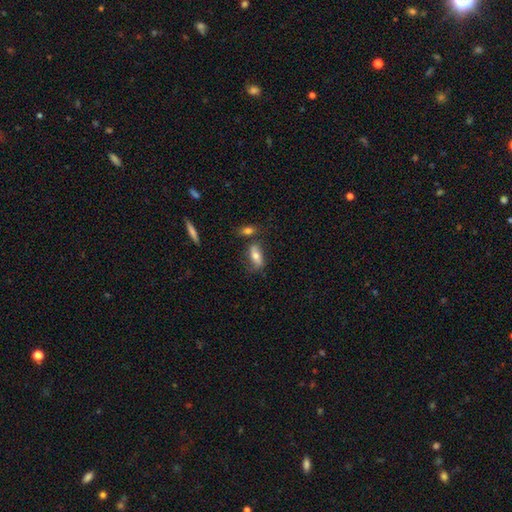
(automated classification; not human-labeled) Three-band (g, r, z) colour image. It shows a smooth galaxy with no disk features (65%) that is in between round and cigar-shaped (76%). Merging: none (60%).